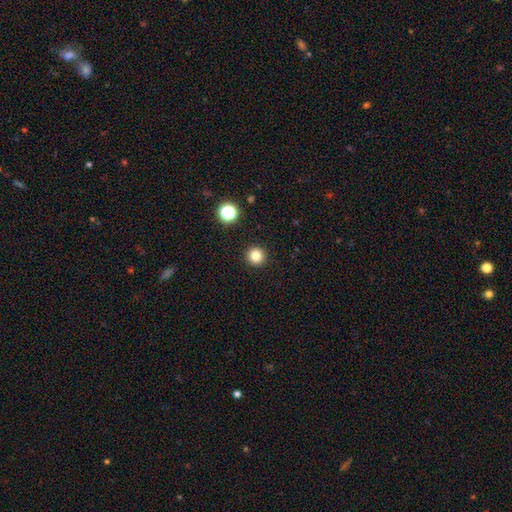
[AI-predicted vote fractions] Smooth or featured?
  - smooth: 81% *
  - star or artifact: 13%
  - featured or disk: 5%
How rounded?
  - round: 95% *
  - in between: 4%
  - cigar-shaped: 1%
Merging?
  - none: 93% *
  - minor disturbance: 4%
  - major disturbance: 2%
  - merger: 1%